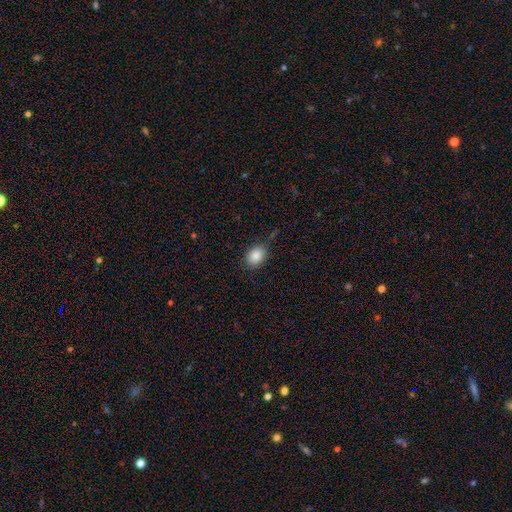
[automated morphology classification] smooth-or-featured: smooth: 85% | star or artifact: 8% | featured or disk: 7%
  how-rounded: in between: 59% | round: 40% | cigar-shaped: 1%
  merging: none: 74% | minor disturbance: 18% | major disturbance: 5% | merger: 3%